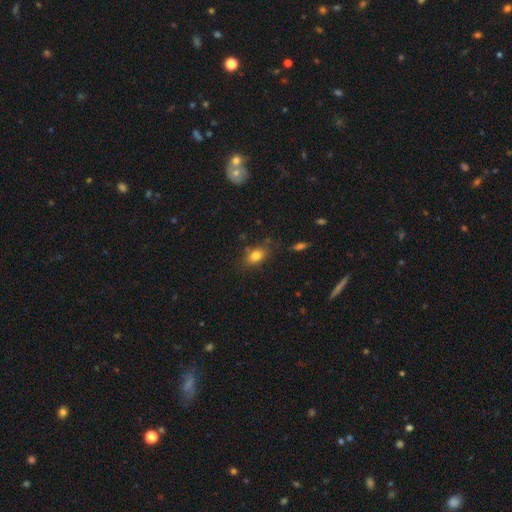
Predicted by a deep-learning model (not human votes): The model was most divided on "merging": none: 75%, minor disturbance: 17%, major disturbance: 4%, merger: 4%. More confident: how rounded — in between (81%); smooth or featured — smooth (81%).